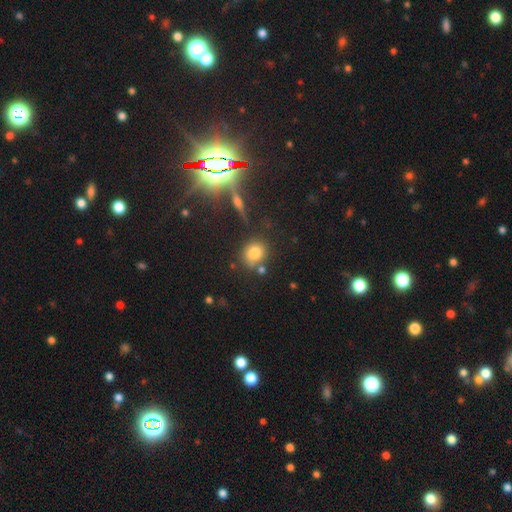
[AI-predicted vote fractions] Overall: smooth (64%; star or artifact 24%). How rounded: round (77%). Merging: none (76%).